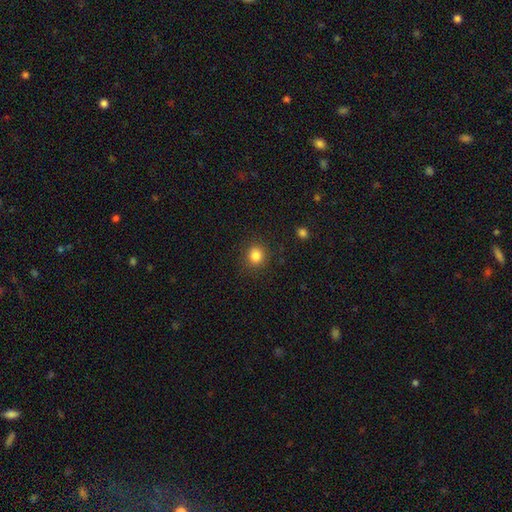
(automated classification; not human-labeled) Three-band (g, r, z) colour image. It shows a smooth galaxy with no disk features (84%) that is round (87%). Merging: none (89%).